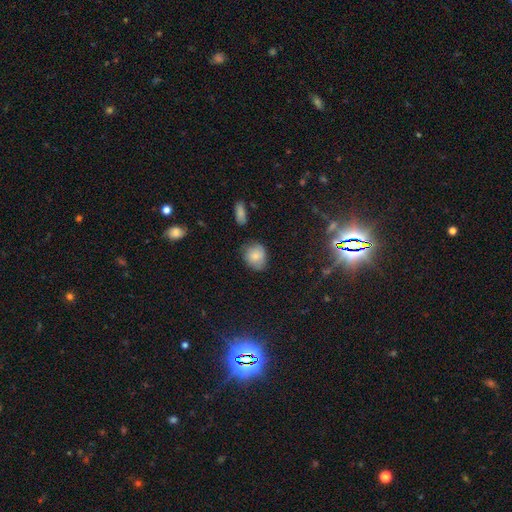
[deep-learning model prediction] This appears to be a smooth galaxy with no disk features (76%) that is round (62%). Merging: none (64%).